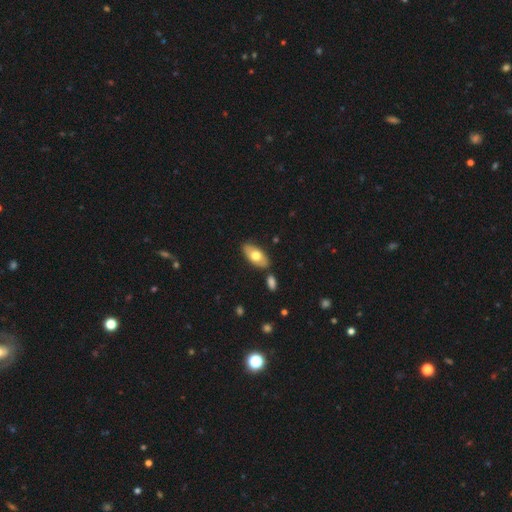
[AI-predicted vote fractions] This appears to be a smooth galaxy with no disk features (67%) that is in between round and cigar-shaped (90%). Merging: none (80%).